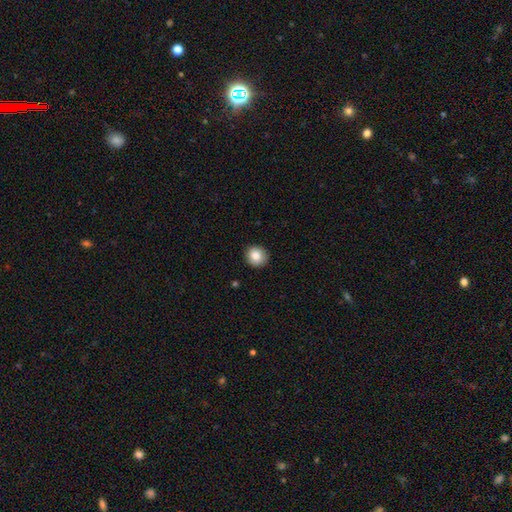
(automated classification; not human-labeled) Smooth or featured?
  - smooth: 86% *
  - star or artifact: 9%
  - featured or disk: 5%
How rounded?
  - round: 88% *
  - in between: 11%
  - cigar-shaped: 1%
Merging?
  - none: 89% *
  - minor disturbance: 8%
  - major disturbance: 2%
  - merger: 1%